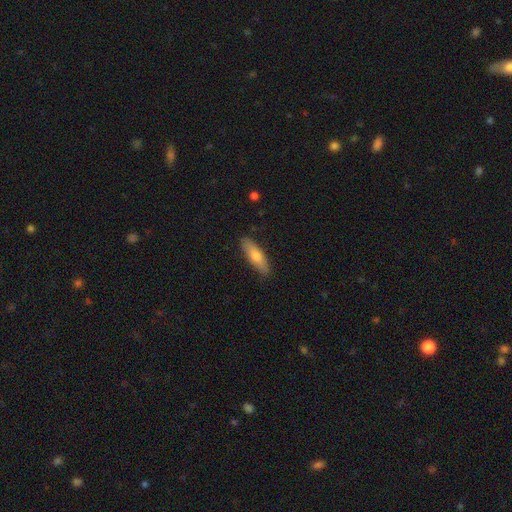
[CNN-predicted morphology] A smooth galaxy with no disk features (73%) that is cigar-shaped (59%). Merging: none (86%).